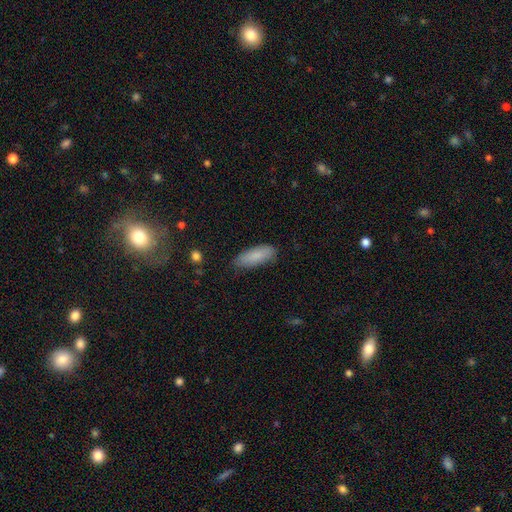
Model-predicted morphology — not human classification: smooth 85%, featured or disk 8%, star or artifact 6%. Down the decision tree: how rounded — in between (63%); merging — none (82%).